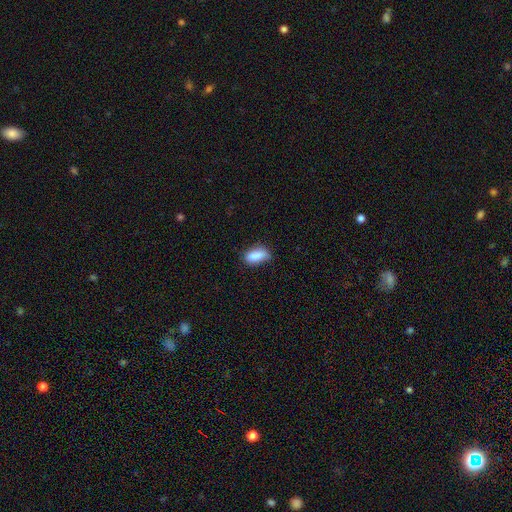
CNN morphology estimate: Q: Smooth or featured?
A: smooth (87%); runner-up: star or artifact (8%)
Q: How rounded?
A: in between (87%); runner-up: cigar-shaped (9%)
Q: Merging?
A: none (67%); runner-up: minor disturbance (27%)